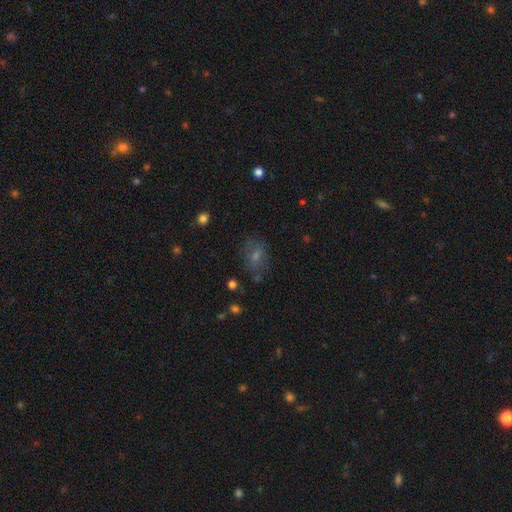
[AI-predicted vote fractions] This is possibly a smooth galaxy (52%). How rounded: likely in between (66%). Merging: likely none (70%).